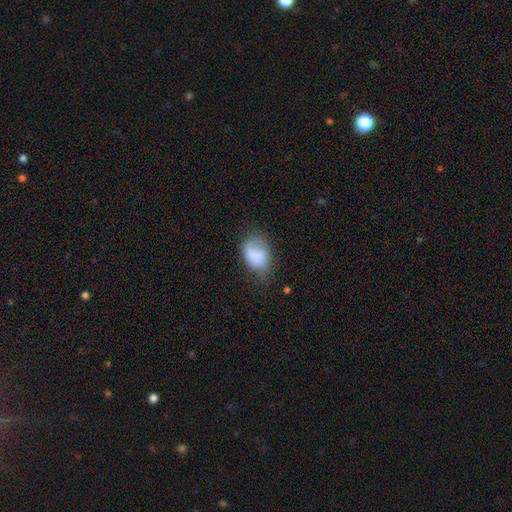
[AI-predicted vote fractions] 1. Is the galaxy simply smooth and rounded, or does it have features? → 77% smooth, 15% featured or disk, 8% star or artifact.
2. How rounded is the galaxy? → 79% in between, 19% round, 1% cigar-shaped.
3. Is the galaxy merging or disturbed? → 45% none, 33% minor disturbance, 19% major disturbance, 3% merger.